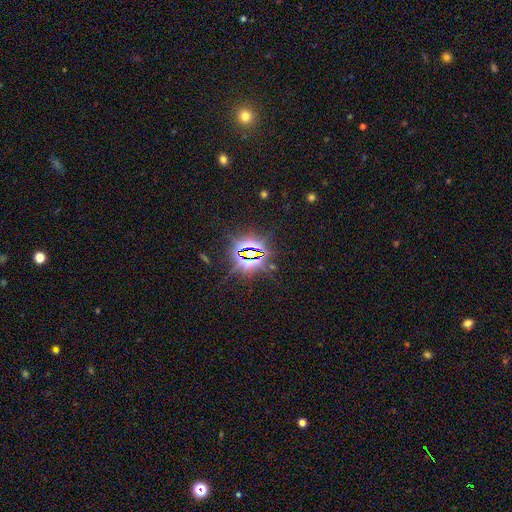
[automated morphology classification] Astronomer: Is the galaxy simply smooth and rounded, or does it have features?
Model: star or artifact — 83%.